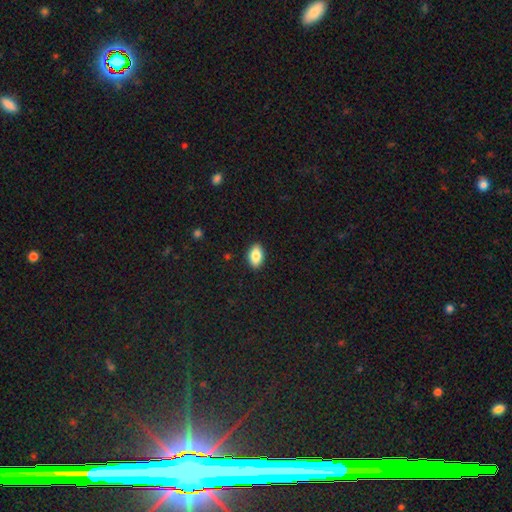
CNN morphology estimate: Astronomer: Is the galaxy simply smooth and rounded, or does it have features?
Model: smooth — 85%.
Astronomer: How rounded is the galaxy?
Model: in between — 92%.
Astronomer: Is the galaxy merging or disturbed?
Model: none — 90%.